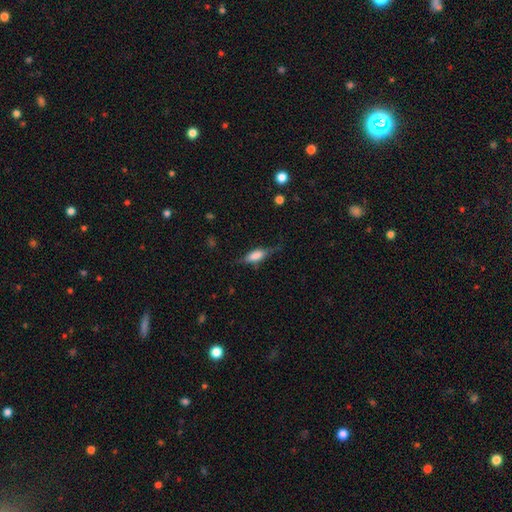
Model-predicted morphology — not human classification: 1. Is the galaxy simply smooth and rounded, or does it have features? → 49% smooth, 43% featured or disk, 8% star or artifact.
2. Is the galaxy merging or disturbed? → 64% none, 23% minor disturbance, 10% major disturbance, 2% merger.